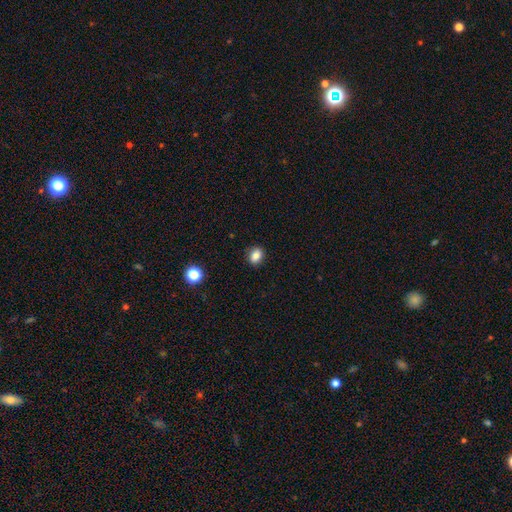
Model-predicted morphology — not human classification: Smooth or featured?
  - smooth: 85% *
  - star or artifact: 10%
  - featured or disk: 5%
How rounded?
  - in between: 56% *
  - round: 43%
  - cigar-shaped: 1%
Merging?
  - none: 88% *
  - minor disturbance: 8%
  - major disturbance: 2%
  - merger: 1%